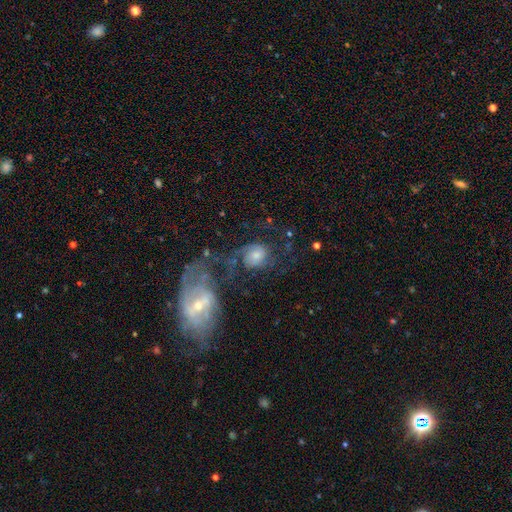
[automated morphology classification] This is likely a featured or disk galaxy (66%). It is clearly not viewed edge-on (96%). Bar: possibly no (58%). Spiral arm pattern: clearly yes (86%). Spiral arm count: possibly 2 (58%). Spiral winding: marginally medium (42%). Central bulge: possibly moderate (46%). Merging: marginally none (36%).